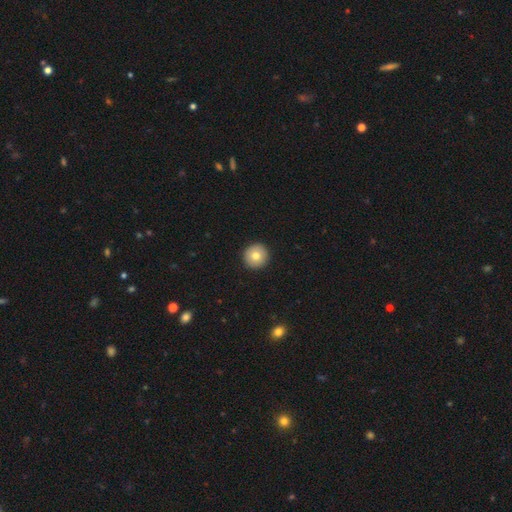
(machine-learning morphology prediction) smooth-or-featured: smooth: 77% | featured or disk: 15% | star or artifact: 8%
  how-rounded: round: 96% | in between: 3% | cigar-shaped: 1%
  merging: none: 94% | minor disturbance: 4% | major disturbance: 1% | merger: 1%